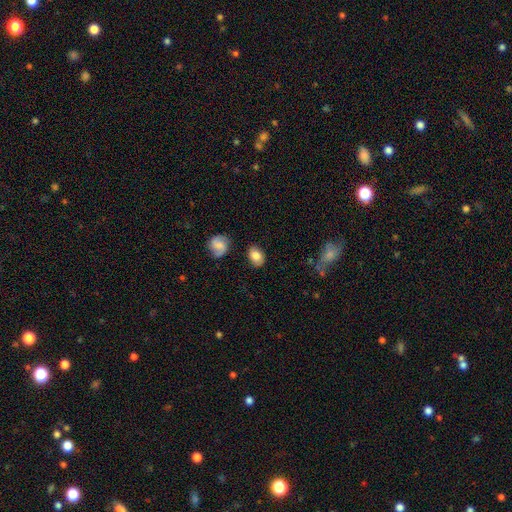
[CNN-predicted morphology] Smooth or featured?
  - smooth: 79% *
  - featured or disk: 14%
  - star or artifact: 7%
How rounded?
  - in between: 76% *
  - round: 23%
  - cigar-shaped: 1%
Merging?
  - none: 81% *
  - minor disturbance: 13%
  - major disturbance: 3%
  - merger: 3%